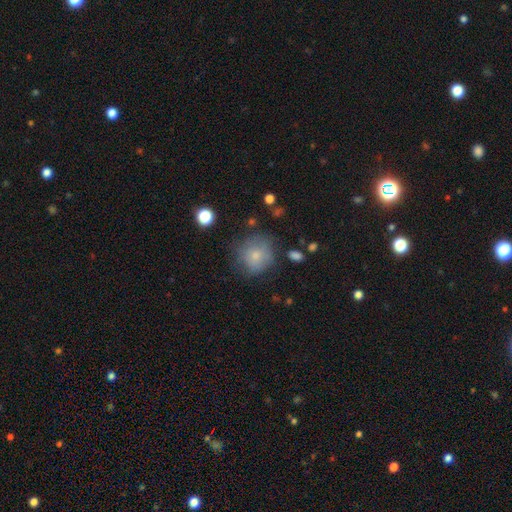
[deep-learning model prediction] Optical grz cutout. It shows a smooth galaxy with no disk features (76%) that is round (86%). Merging: none (65%).